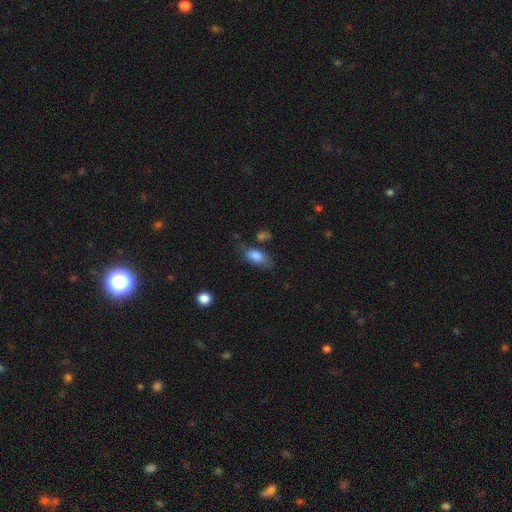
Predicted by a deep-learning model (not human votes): smooth 82%, featured or disk 11%, star or artifact 7%. Down the decision tree: how rounded — in between (88%); merging — none (60%).